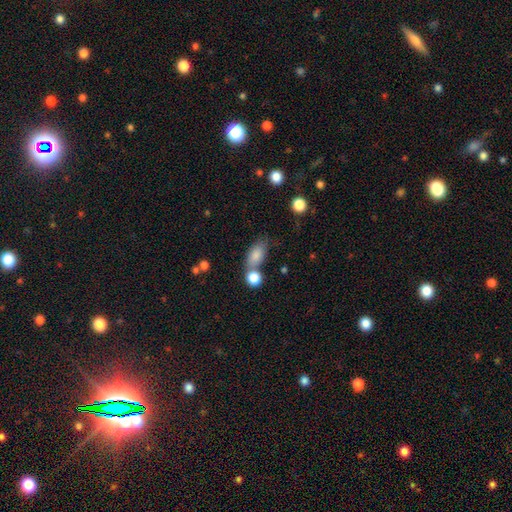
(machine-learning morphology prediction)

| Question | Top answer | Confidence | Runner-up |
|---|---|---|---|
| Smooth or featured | smooth | 83% | featured or disk (9%) |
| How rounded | in between | 84% | round (10%) |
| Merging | none | 49% | merger (29%) |